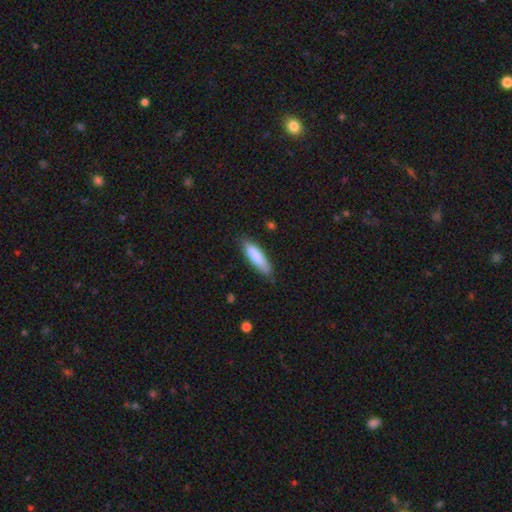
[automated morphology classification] A smooth galaxy with no disk features (84%) that is cigar-shaped (66%).

Vote fractions:
- Smooth or featured? smooth: 84% / featured or disk: 11% / star or artifact: 6%
- How rounded? cigar-shaped: 66% / in between: 33% / round: 1%
- Merging? none: 82% / minor disturbance: 14% / major disturbance: 2% / merger: 1%